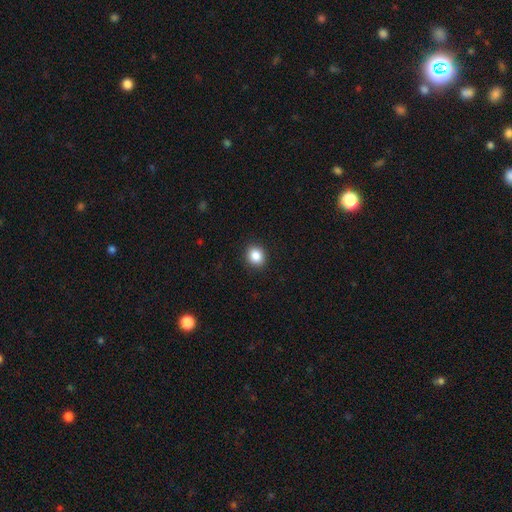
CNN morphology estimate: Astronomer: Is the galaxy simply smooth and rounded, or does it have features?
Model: smooth — 86%.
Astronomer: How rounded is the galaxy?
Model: round — 72%.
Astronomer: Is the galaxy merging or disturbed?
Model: none — 91%.